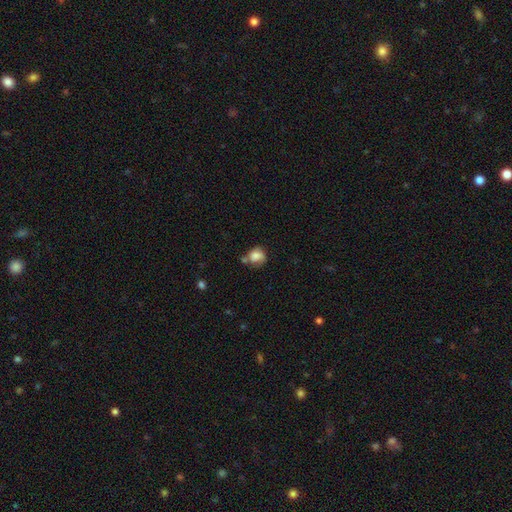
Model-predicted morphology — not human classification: type=smooth (75%); roundness=round (72%); merging=none (44%).